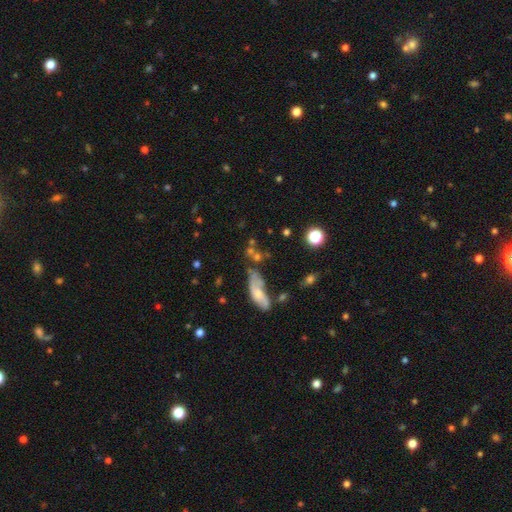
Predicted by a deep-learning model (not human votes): Overall: smooth (48%; featured or disk 32%). Merging: none (42%; minor disturbance 21%).